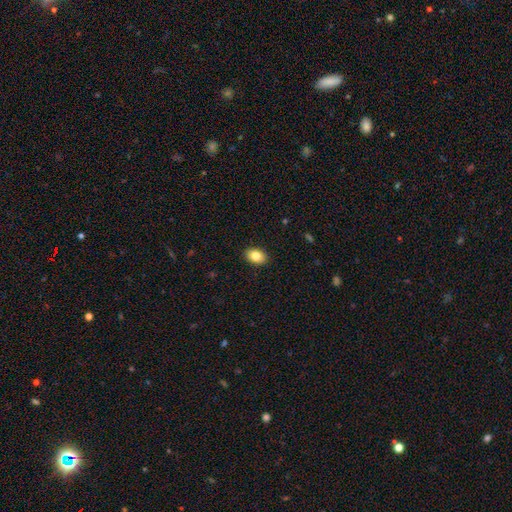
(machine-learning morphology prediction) Overall: smooth (82%). How rounded: in between (78%). Merging: none (90%).